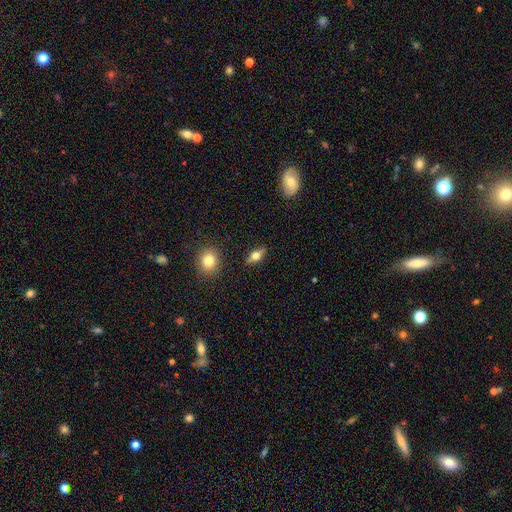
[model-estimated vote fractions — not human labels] Smooth or featured: featured or disk — 53% (smooth — 39%)
Edge-on disk: yes — 90% (no — 10%)
Merging: none — 88% (minor disturbance — 8%)